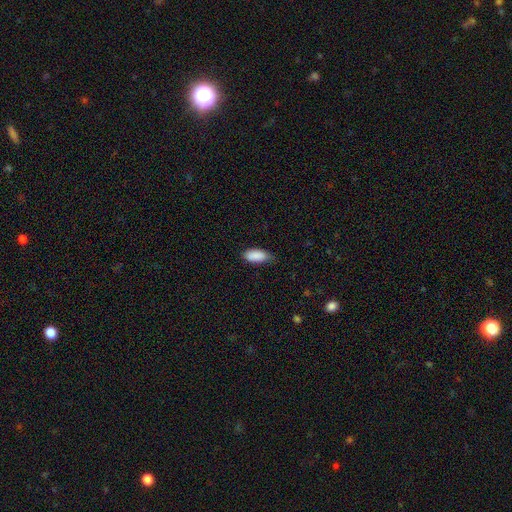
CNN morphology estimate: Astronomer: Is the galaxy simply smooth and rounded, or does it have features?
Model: smooth — 89%.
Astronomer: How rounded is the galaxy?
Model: in between — 89%.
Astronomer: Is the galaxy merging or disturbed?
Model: none — 69%.